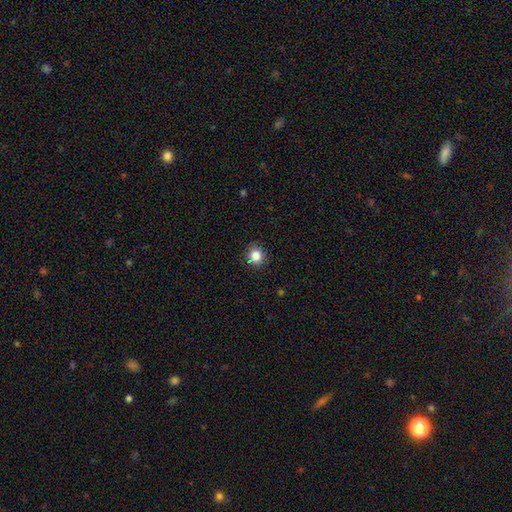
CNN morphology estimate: smooth 84%, star or artifact 11%, featured or disk 5%. Down the decision tree: how rounded — round (85%); merging — none (87%).